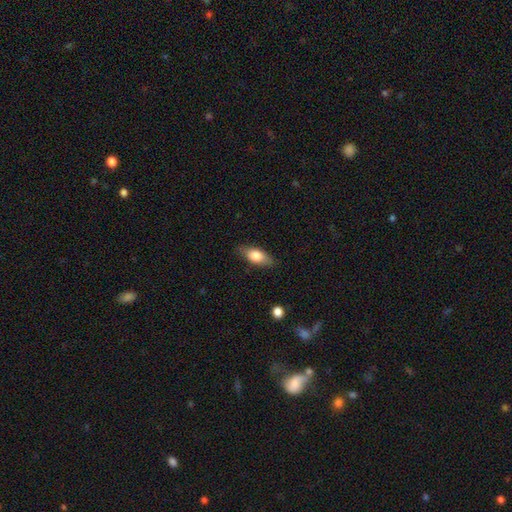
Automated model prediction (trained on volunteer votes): The model was most divided on "smooth or featured": smooth: 73%, featured or disk: 20%, star or artifact: 7%. More confident: merging — none (81%); how rounded — in between (79%).